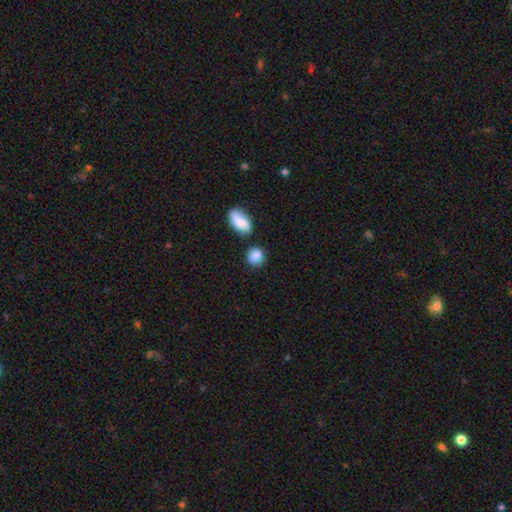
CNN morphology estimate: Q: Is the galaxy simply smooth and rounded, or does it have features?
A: smooth — 88%.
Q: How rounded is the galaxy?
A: round — 73%.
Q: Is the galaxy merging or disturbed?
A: none — 73%.